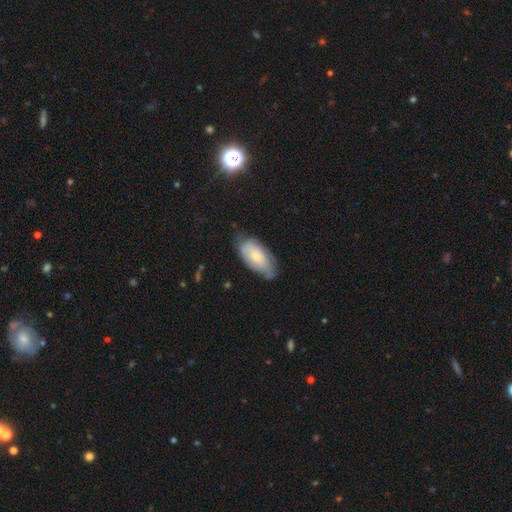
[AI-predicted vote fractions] Smooth or featured?
  - smooth: 65% *
  - featured or disk: 28%
  - star or artifact: 6%
How rounded?
  - in between: 92% *
  - cigar-shaped: 5%
  - round: 2%
Merging?
  - none: 59% *
  - minor disturbance: 32%
  - major disturbance: 7%
  - merger: 2%